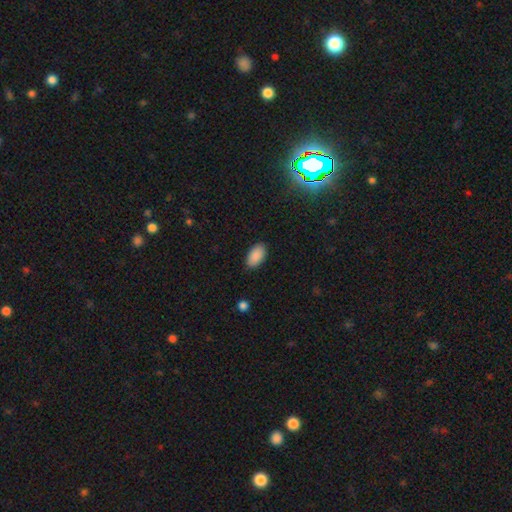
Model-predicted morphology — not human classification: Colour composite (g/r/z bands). It shows a smooth galaxy with no disk features (90%) that is in between round and cigar-shaped (95%). Merging: none (86%).